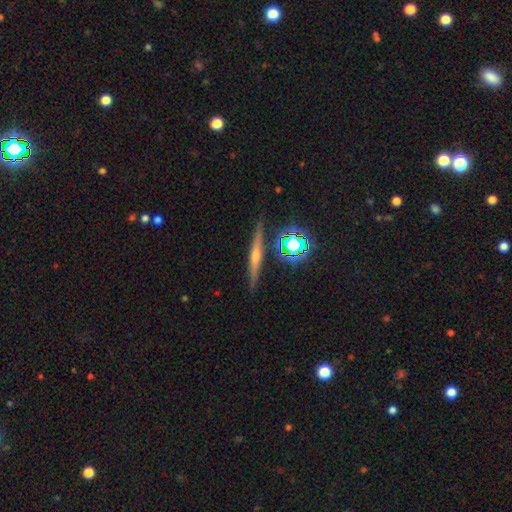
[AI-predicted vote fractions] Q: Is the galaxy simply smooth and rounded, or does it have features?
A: featured or disk — 57%.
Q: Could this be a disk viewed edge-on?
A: yes — 96%.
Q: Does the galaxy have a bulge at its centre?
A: rounded — 71%.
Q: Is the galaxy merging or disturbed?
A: none — 87%.